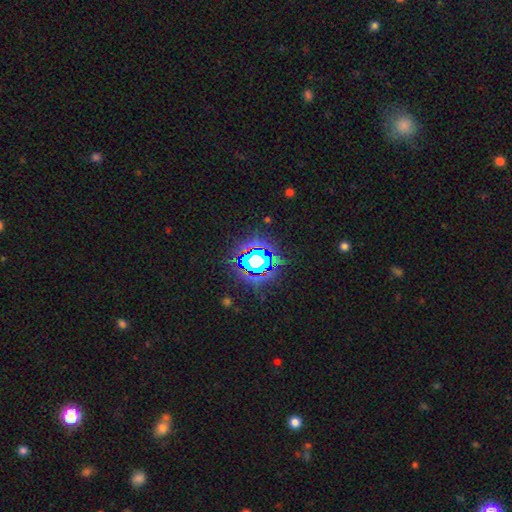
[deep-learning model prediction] Smooth or featured? Predicted: star or artifact (p=0.73).